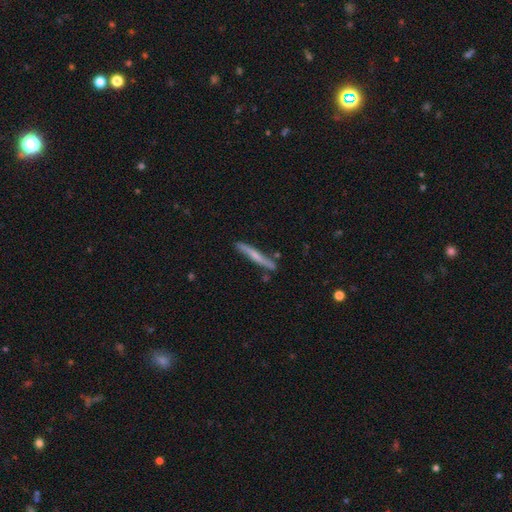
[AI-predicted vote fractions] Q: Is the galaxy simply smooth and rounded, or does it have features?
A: featured or disk — 51%.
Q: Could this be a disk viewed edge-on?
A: yes — 92%.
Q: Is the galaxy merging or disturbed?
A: none — 80%.